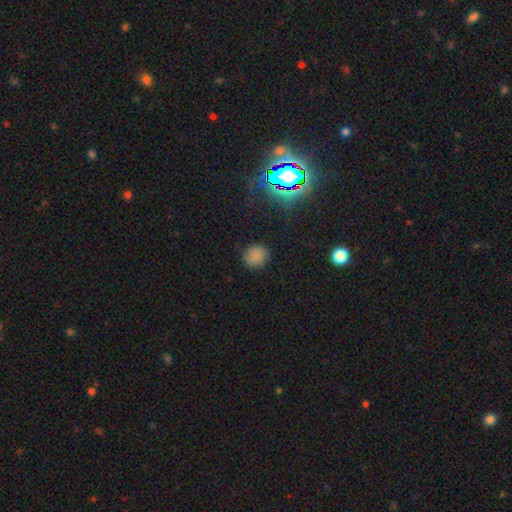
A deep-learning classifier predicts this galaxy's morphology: smooth_or_featured: smooth (p=0.78) [alt: star or artifact p=0.15]
how_rounded: round (p=0.89) [alt: in between p=0.10]
merging: none (p=0.86) [alt: minor disturbance p=0.10]